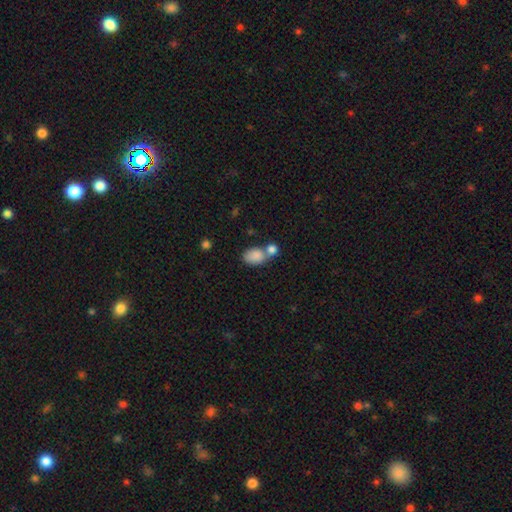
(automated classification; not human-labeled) Smooth or featured? Predicted: smooth (p=0.85). How rounded? Predicted: in between (p=0.81). Merging? Predicted: merger (p=0.43).